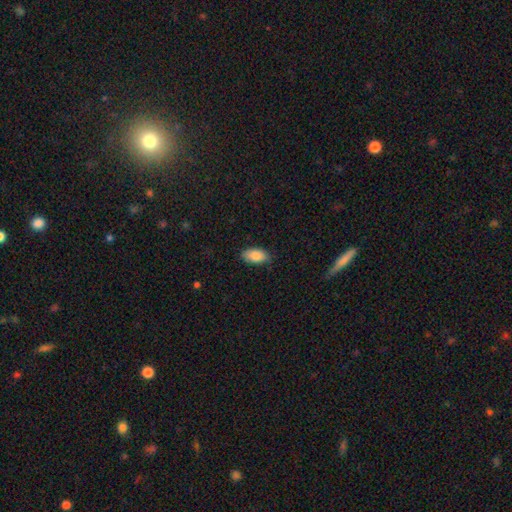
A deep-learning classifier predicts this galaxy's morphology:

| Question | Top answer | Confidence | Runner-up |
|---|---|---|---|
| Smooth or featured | smooth | 85% | featured or disk (8%) |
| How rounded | in between | 93% | round (4%) |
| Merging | none | 82% | minor disturbance (14%) |